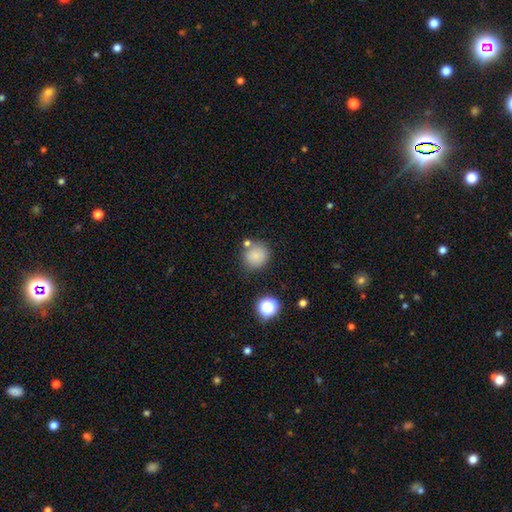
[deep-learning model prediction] A smooth galaxy with no disk features (81%) that is round (88%).

Vote fractions:
- Smooth or featured? smooth: 81% / star or artifact: 12% / featured or disk: 7%
- How rounded? round: 88% / in between: 11% / cigar-shaped: 1%
- Merging? none: 73% / minor disturbance: 12% / merger: 11% / major disturbance: 4%